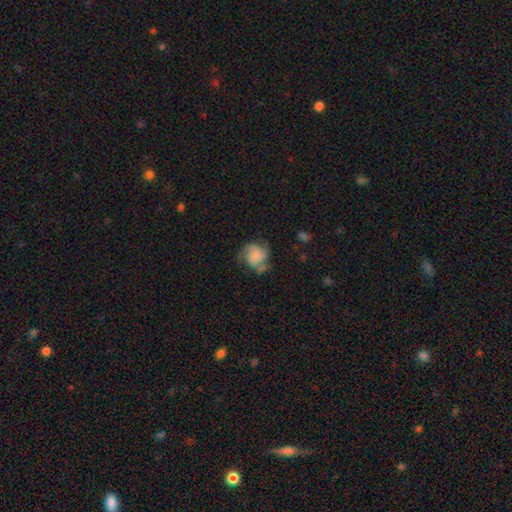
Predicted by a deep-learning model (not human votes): smooth_or_featured: featured or disk (p=0.54) [alt: smooth p=0.38]
disk_edge_on: no (p=0.98) [alt: yes p=0.02]
bar: no (p=0.74) [alt: weak p=0.22]
has_spiral_arms: yes (p=0.88) [alt: no p=0.12]
bulge_size: small (p=0.36) [tied with: none p=0.36]
merging: none (p=0.52) [alt: minor disturbance p=0.25]